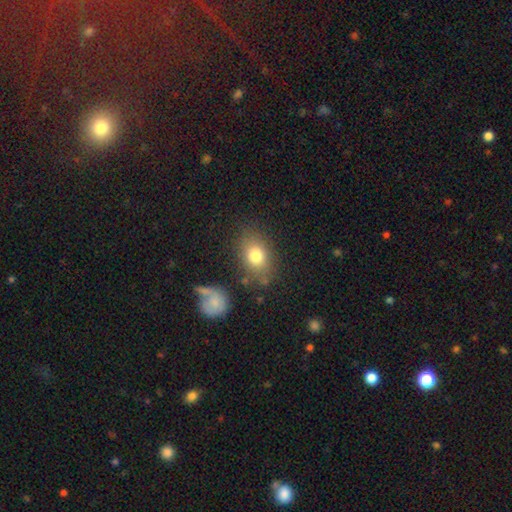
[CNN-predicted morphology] Smooth or featured: smooth — 79% (featured or disk — 11%)
How rounded: in between — 68% (round — 30%)
Merging: none — 75% (minor disturbance — 14%)